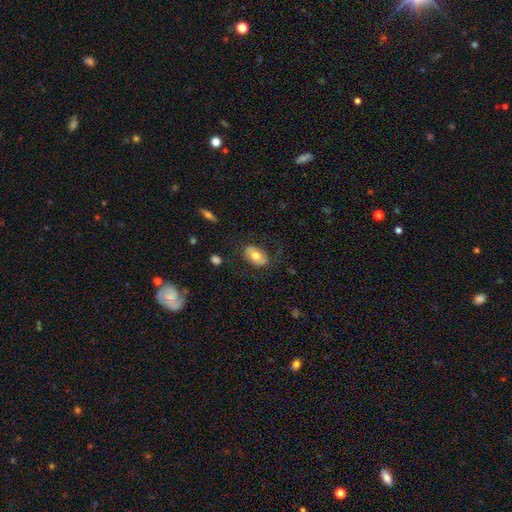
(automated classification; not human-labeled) This appears to be a smooth galaxy with no disk features (64%) that is in between round and cigar-shaped (88%). Merging: none (75%).